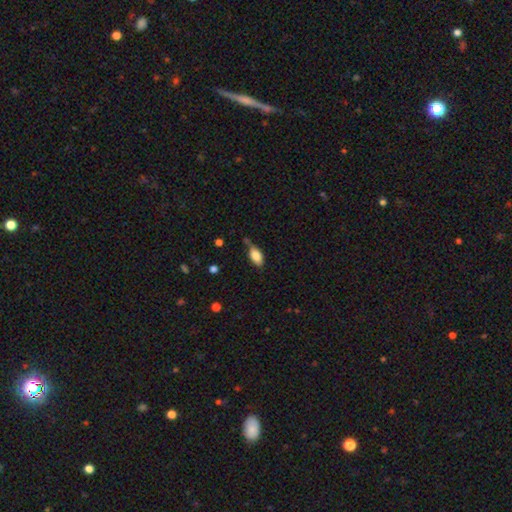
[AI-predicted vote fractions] A smooth galaxy with no disk features (83%) that is in between round and cigar-shaped (91%). Merging: none (58%).